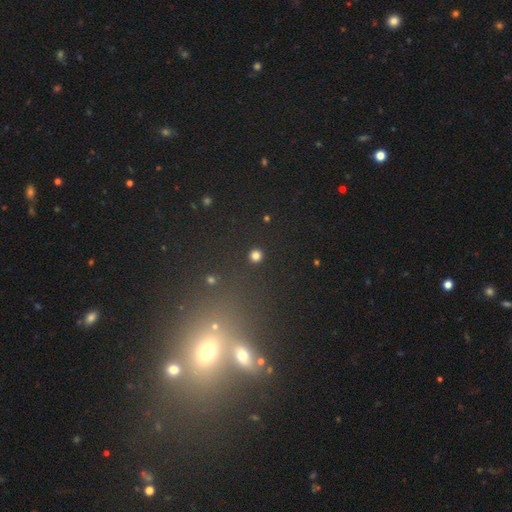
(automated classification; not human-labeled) Smooth or featured: smooth — 81% (star or artifact — 15%)
How rounded: round — 93% (in between — 6%)
Merging: none — 92% (minor disturbance — 4%)